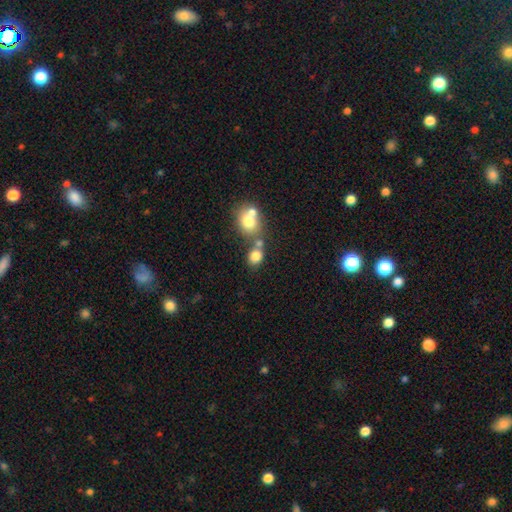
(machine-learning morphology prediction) This appears to be a smooth galaxy with no disk features (78%) that is round (59%). Merging: none (47%).